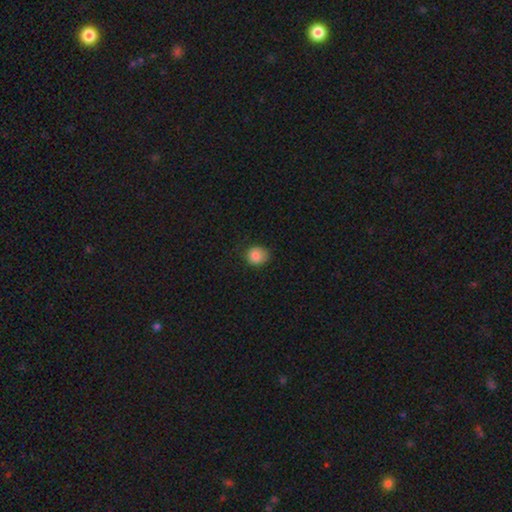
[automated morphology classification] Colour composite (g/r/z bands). It shows a smooth galaxy with no disk features (86%) that is round (75%). Merging: none (69%).